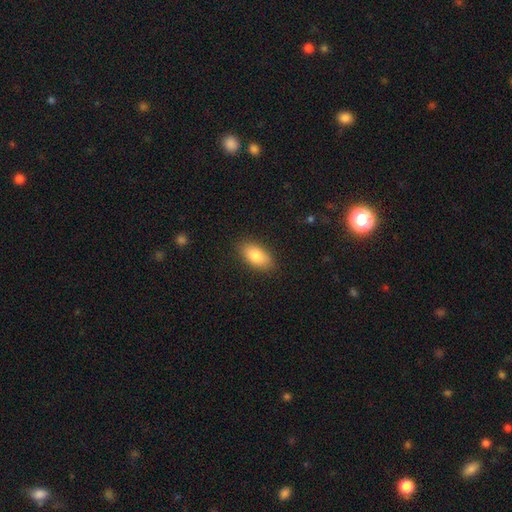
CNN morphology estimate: Q: Smooth or featured?
A: smooth (85%); runner-up: featured or disk (8%)
Q: How rounded?
A: in between (92%); runner-up: cigar-shaped (5%)
Q: Merging?
A: none (87%); runner-up: minor disturbance (10%)